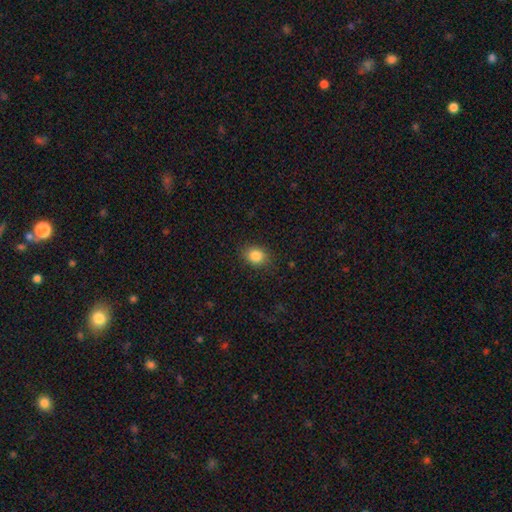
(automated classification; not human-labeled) Smooth or featured? Predicted: smooth (p=0.84). How rounded? Predicted: round (p=0.56). Merging? Predicted: none (p=0.86).